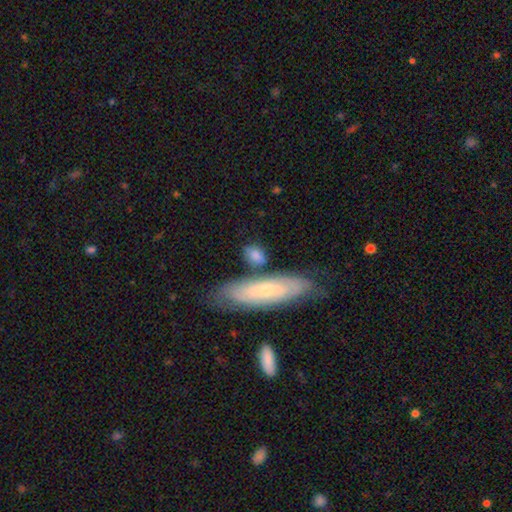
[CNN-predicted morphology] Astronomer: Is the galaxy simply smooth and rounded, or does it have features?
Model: smooth — 75%.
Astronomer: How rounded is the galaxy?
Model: in between — 56%.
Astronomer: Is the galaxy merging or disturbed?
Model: none — 66%.